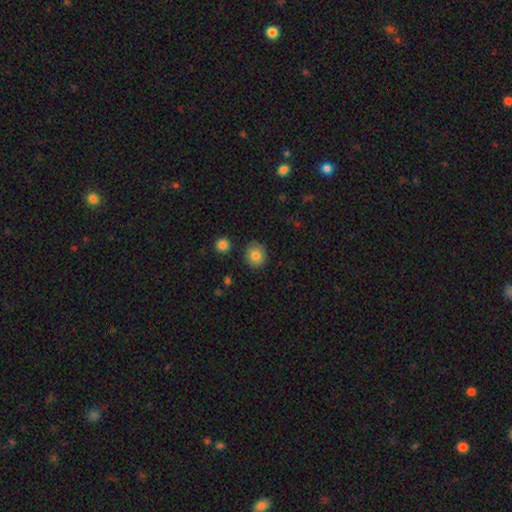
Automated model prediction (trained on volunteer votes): Smooth or featured: smooth — 82% (featured or disk — 10%)
How rounded: round — 86% (in between — 13%)
Merging: none — 86% (minor disturbance — 10%)